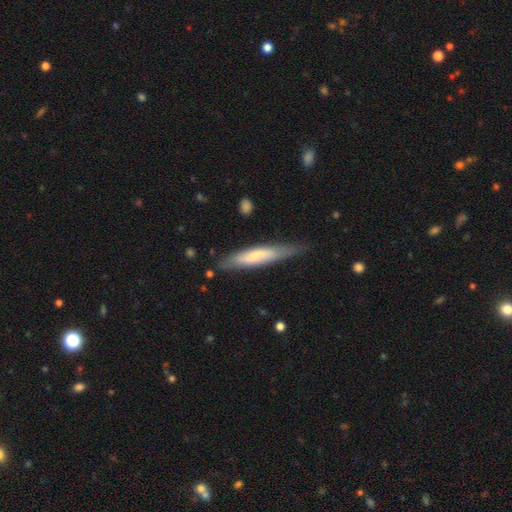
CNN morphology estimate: This appears to be a smooth galaxy with no disk features (59%) that is cigar-shaped (88%). Merging: none (75%).